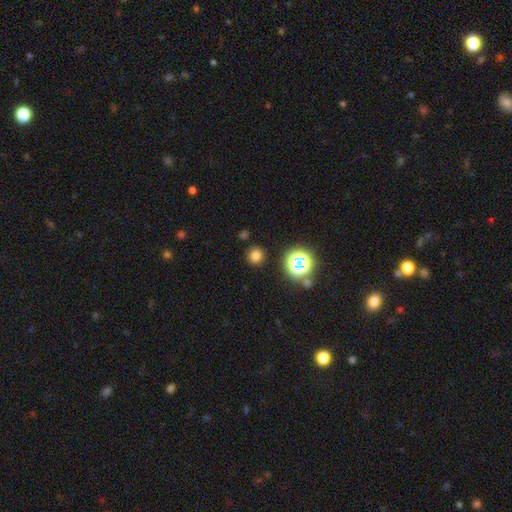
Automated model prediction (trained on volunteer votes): The model was most divided on "smooth or featured": smooth: 73%, star or artifact: 21%, featured or disk: 6%. More confident: how rounded — round (90%); merging — none (88%).